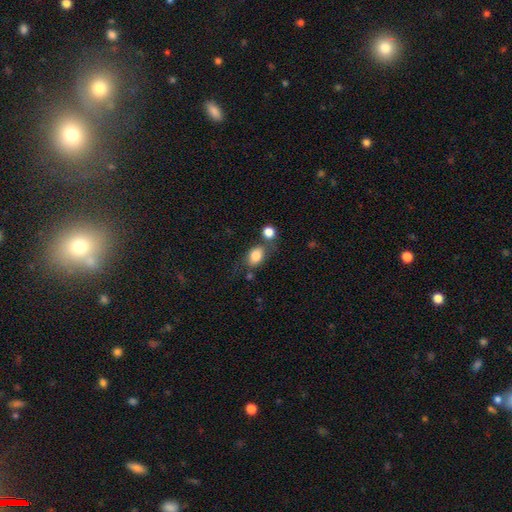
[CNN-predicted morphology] smooth 81%, featured or disk 10%, star or artifact 9%. Down the decision tree: how rounded — in between (72%); merging — none (57%).